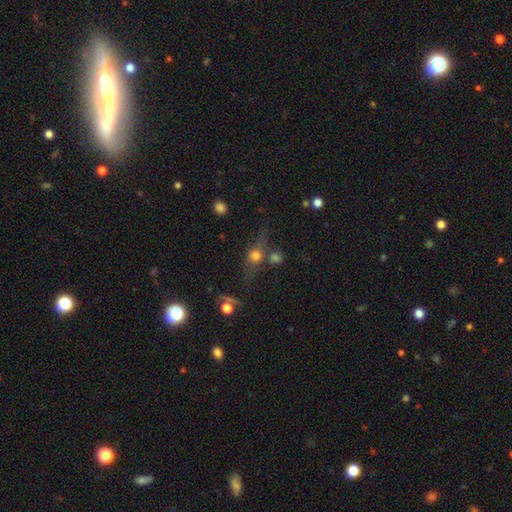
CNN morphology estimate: A smooth galaxy with no disk features (56%) that is round (64%).

Vote fractions:
- Smooth or featured? smooth: 56% / featured or disk: 26% / star or artifact: 18%
- How rounded? round: 64% / in between: 26% / cigar-shaped: 10%
- Merging? none: 53% / merger: 23% / minor disturbance: 14% / major disturbance: 10%